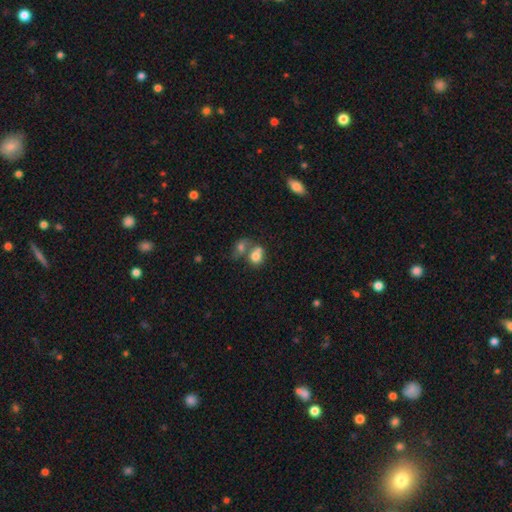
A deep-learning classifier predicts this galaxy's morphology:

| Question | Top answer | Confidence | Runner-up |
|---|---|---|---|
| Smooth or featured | smooth | 76% | featured or disk (14%) |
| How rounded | round | 56% | in between (43%) |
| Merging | merger | 57% | none (28%) |